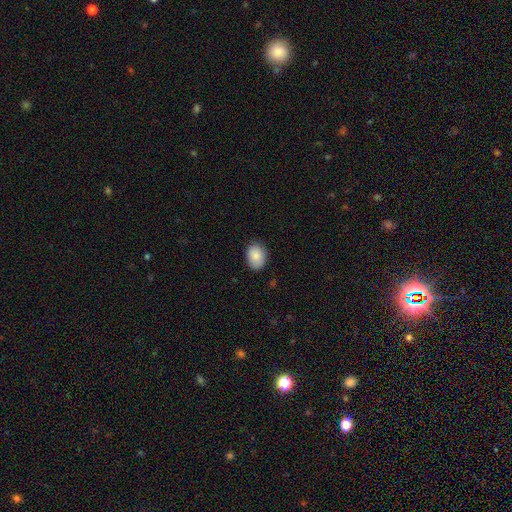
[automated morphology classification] smooth-or-featured: smooth: 87% | star or artifact: 7% | featured or disk: 6%
  how-rounded: in between: 72% | round: 27% | cigar-shaped: 1%
  merging: none: 84% | minor disturbance: 12% | major disturbance: 2% | merger: 1%